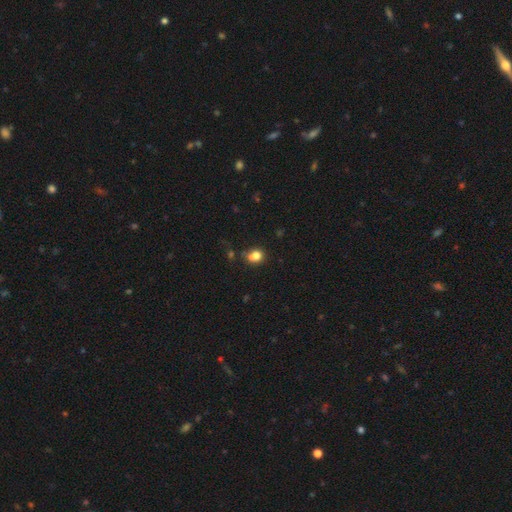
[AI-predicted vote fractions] Smooth or featured? smooth (78%)
How rounded? round (64%)
Merging? none (51%)